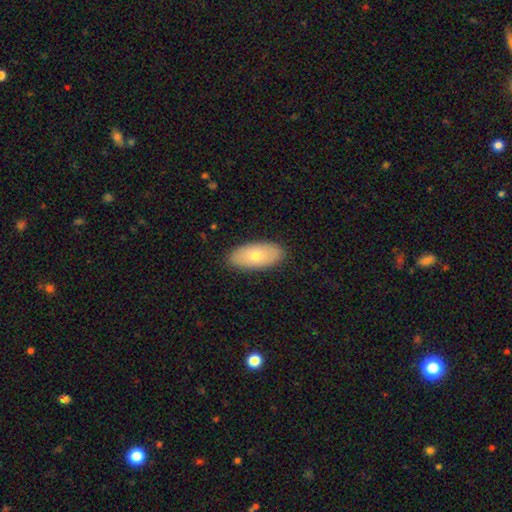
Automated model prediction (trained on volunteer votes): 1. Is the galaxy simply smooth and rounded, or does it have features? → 68% smooth, 25% featured or disk, 6% star or artifact.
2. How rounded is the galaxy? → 92% in between, 5% cigar-shaped, 3% round.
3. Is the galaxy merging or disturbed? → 88% none, 9% minor disturbance, 2% major disturbance, 1% merger.